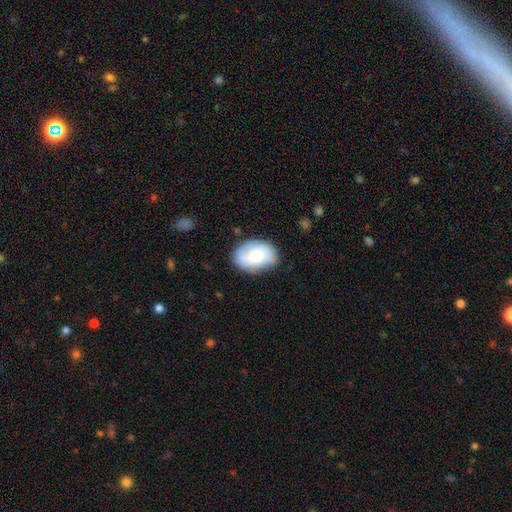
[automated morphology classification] Smooth or featured: smooth — 65% (featured or disk — 28%)
How rounded: in between — 84% (round — 15%)
Merging: none — 71% (minor disturbance — 21%)